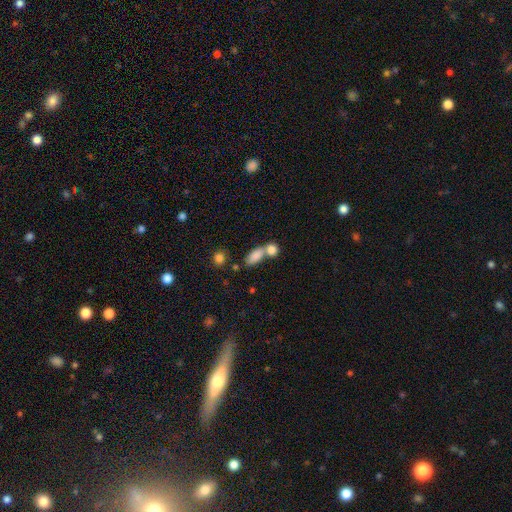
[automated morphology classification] This appears to be a smooth galaxy with no disk features (83%) that is in between round and cigar-shaped (79%). Merging: merger (49%).